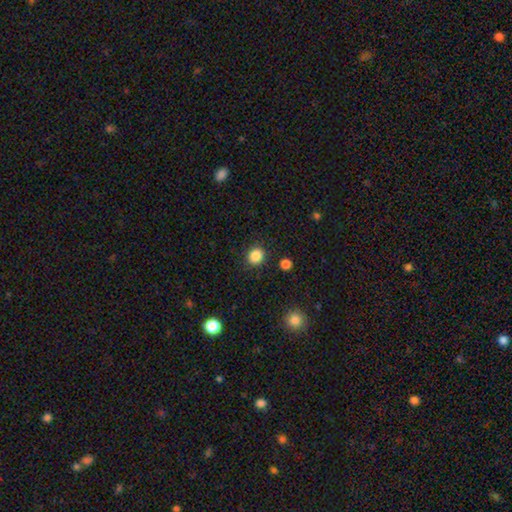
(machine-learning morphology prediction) smooth-or-featured: smooth: 86% | star or artifact: 10% | featured or disk: 3%
  how-rounded: round: 76% | in between: 23% | cigar-shaped: 1%
  merging: none: 88% | minor disturbance: 7% | major disturbance: 3% | merger: 2%